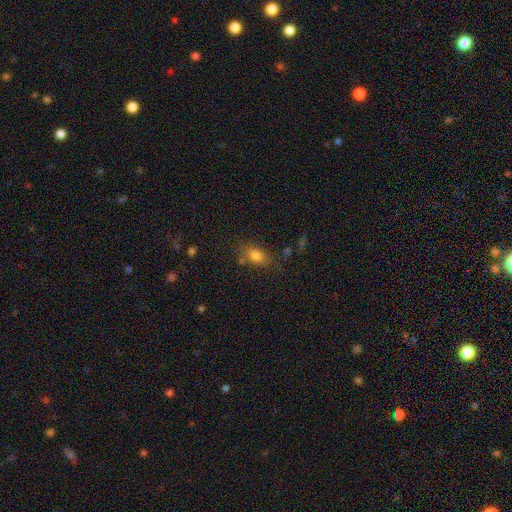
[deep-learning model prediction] This is likely a smooth galaxy (79%). How rounded: likely in between (76%). Merging: likely none (67%).